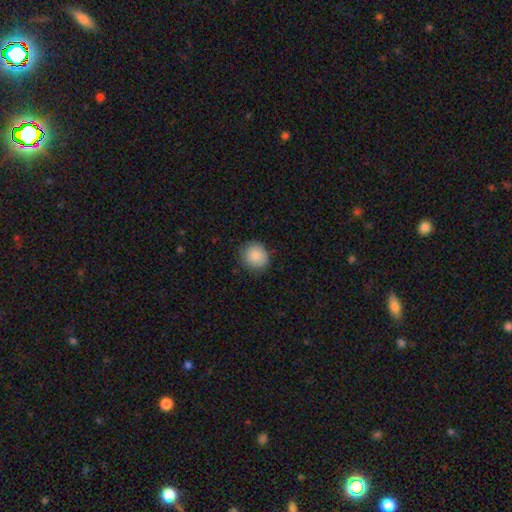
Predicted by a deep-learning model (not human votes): Overall: smooth (87%). How rounded: round (86%). Merging: none (83%).